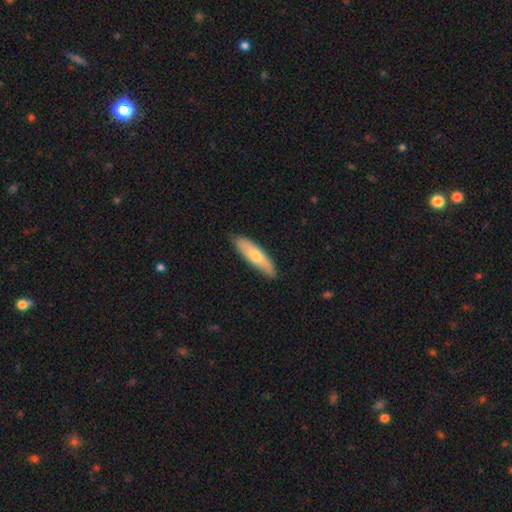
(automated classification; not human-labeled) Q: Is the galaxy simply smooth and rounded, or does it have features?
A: smooth — 61%.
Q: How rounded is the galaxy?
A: cigar-shaped — 66%.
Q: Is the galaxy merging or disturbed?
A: none — 86%.